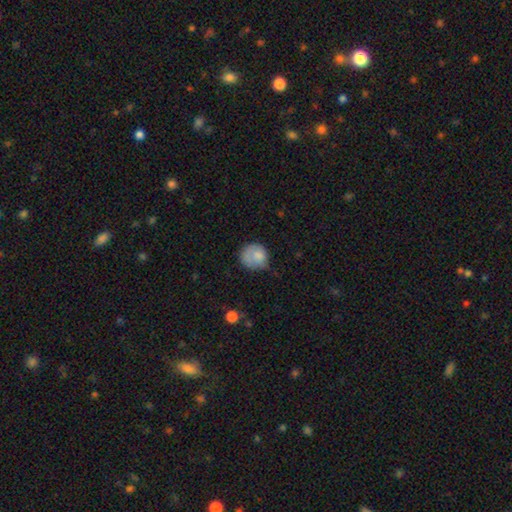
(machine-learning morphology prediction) This appears to be a smooth galaxy with no disk features (78%) that is round (80%). Merging: none (47%).